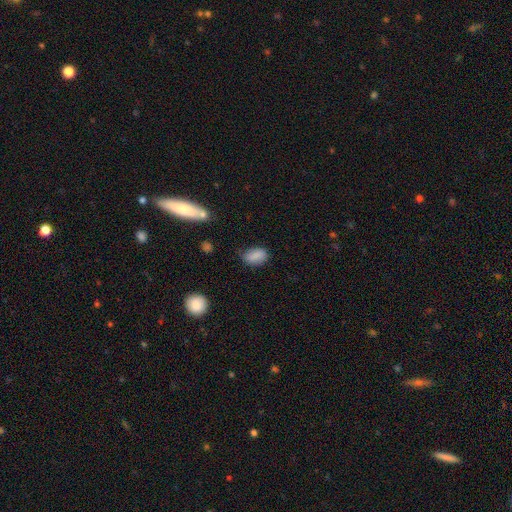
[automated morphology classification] Overall: smooth (85%). How rounded: in between (87%). Merging: none (70%).